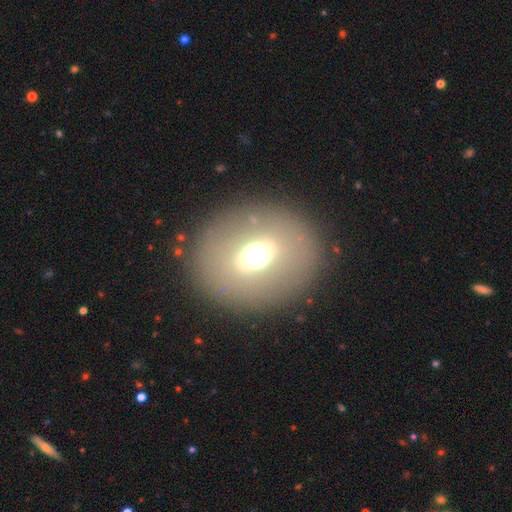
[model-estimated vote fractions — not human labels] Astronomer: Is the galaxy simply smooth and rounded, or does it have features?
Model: smooth — 54% (runner-up: featured or disk, 30%).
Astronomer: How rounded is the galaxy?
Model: round — 58% (runner-up: in between, 40%).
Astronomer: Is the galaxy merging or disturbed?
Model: none — 81%.